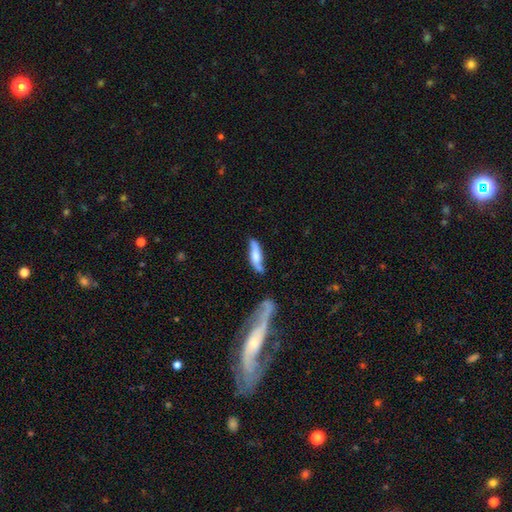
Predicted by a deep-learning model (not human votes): This is possibly a featured or disk galaxy (49%). Merging: likely none (65%).